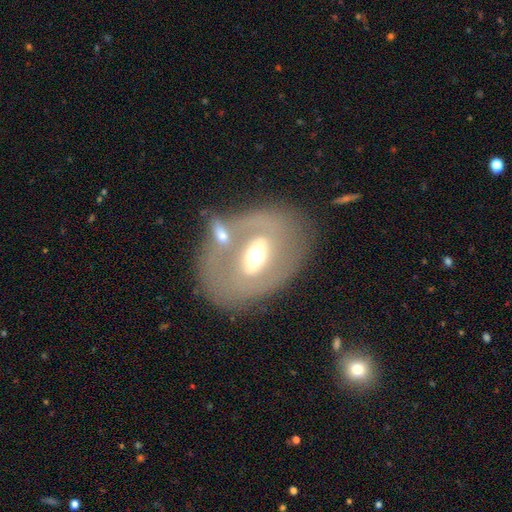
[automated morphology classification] This is likely a featured or disk galaxy (63%). It is clearly not viewed edge-on (89%). Bar: marginally no (35%). Spiral arm pattern: likely no (77%). Central bulge: likely moderate (67%). Merging: possibly none (55%).